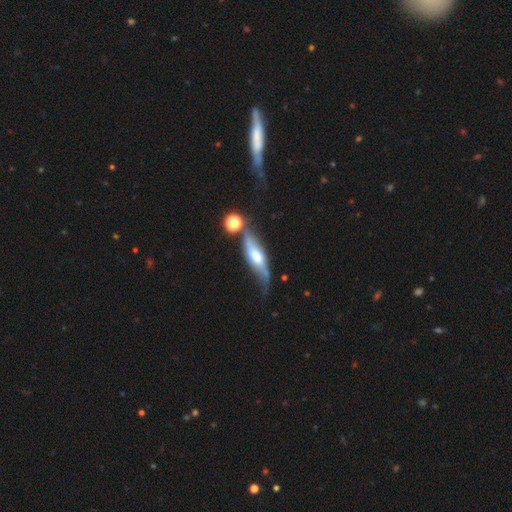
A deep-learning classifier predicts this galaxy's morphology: Smooth or featured: featured or disk — 60% (smooth — 32%)
Edge-on disk: yes — 66% (no — 34%)
Merging: none — 50% (minor disturbance — 26%)